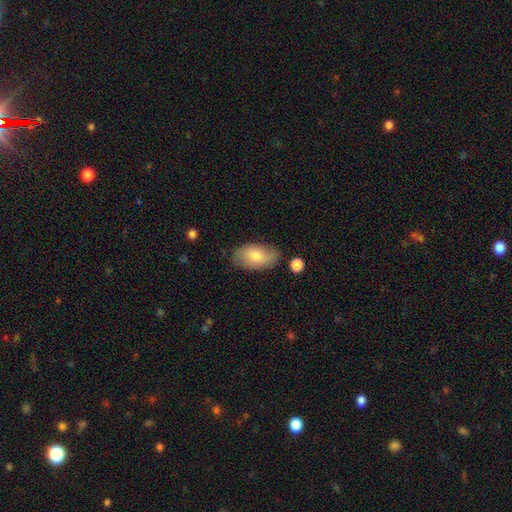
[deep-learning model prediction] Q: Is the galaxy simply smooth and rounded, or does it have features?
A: smooth — 74%.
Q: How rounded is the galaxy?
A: in between — 94%.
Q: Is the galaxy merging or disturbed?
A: none — 76%.